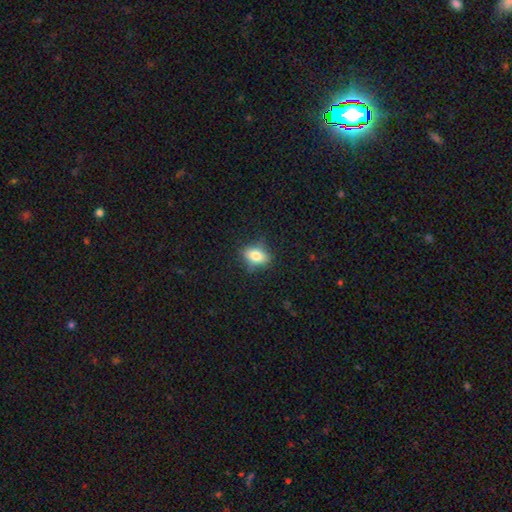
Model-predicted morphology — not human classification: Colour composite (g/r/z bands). It shows a smooth galaxy with no disk features (76%) that is in between round and cigar-shaped (76%). Merging: none (75%).